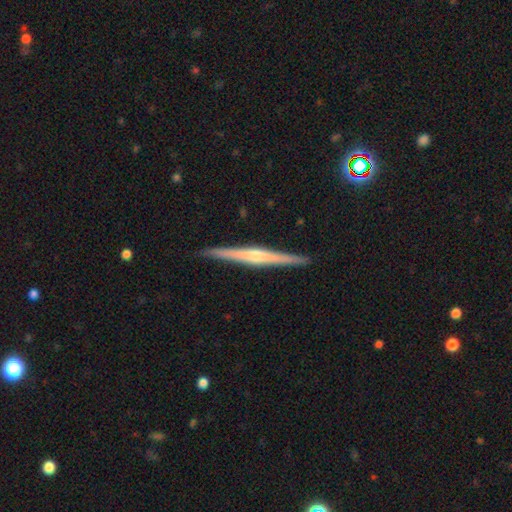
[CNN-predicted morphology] A featured or disk galaxy (74%) viewed edge-on (98%) with a rounded central bulge (66%).

Vote fractions:
- Smooth or featured? featured or disk: 74% / smooth: 21% / star or artifact: 5%
- Edge-on disk? yes: 98% / no: 2%
- Edge-on bulge? rounded: 66% / none: 24% / boxy: 10%
- Merging? none: 92% / minor disturbance: 6% / major disturbance: 1% / merger: 1%